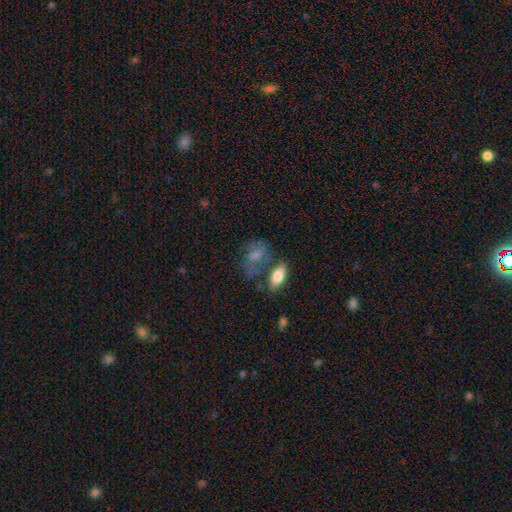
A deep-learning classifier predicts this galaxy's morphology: Smooth or featured? Predicted: smooth (p=0.63). How rounded? Predicted: in between (p=0.77). Merging? Predicted: none (p=0.40).